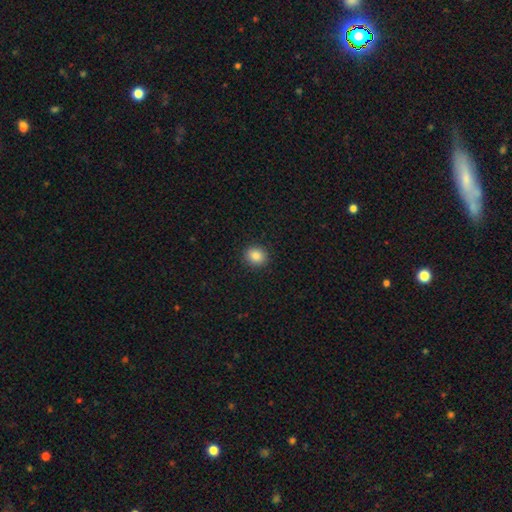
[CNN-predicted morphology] A smooth galaxy with no disk features (86%) that is round (75%). Merging: none (91%).